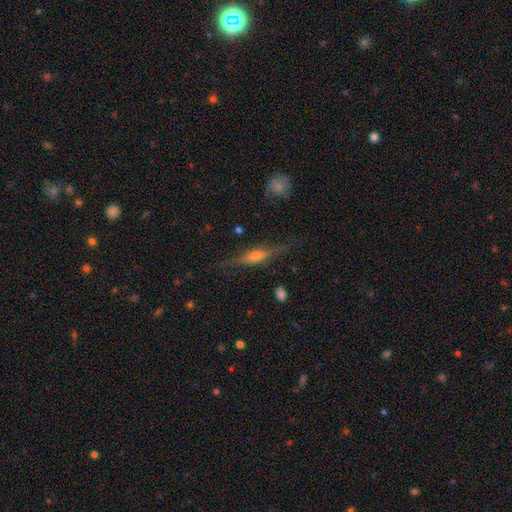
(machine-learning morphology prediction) Smooth or featured?
  - featured or disk: 69% *
  - smooth: 22%
  - star or artifact: 9%
Edge-on disk?
  - yes: 94% *
  - no: 6%
Edge-on bulge?
  - rounded: 69% *
  - boxy: 24%
  - none: 8%
Merging?
  - none: 80% *
  - minor disturbance: 14%
  - major disturbance: 5%
  - merger: 2%